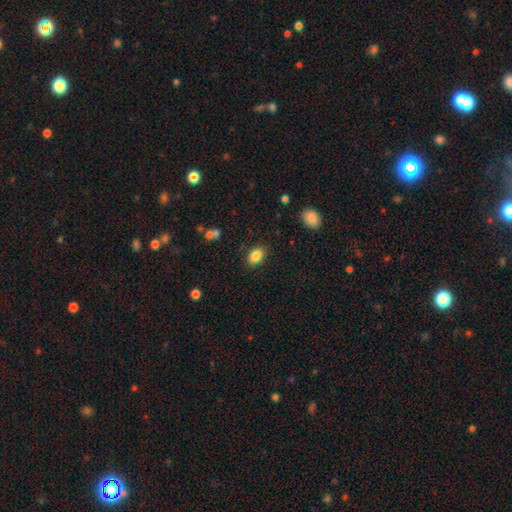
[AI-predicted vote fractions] Overall: smooth (86%). How rounded: in between (84%). Merging: none (85%).